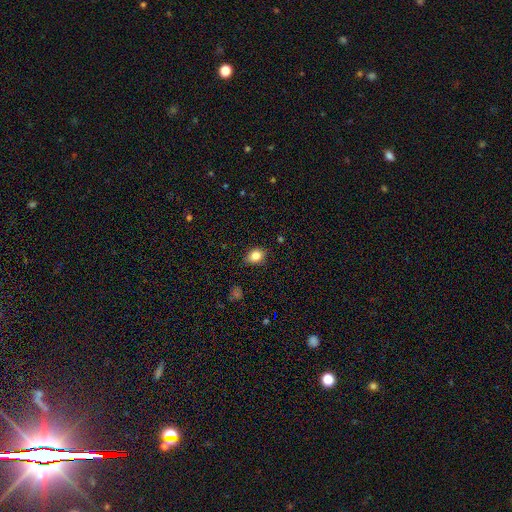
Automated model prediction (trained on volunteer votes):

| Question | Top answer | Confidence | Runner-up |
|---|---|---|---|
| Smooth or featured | smooth | 83% | star or artifact (10%) |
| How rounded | in between | 59% | round (40%) |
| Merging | none | 82% | minor disturbance (14%) |